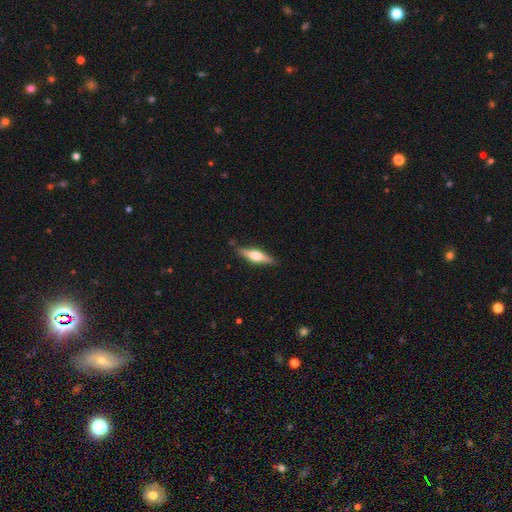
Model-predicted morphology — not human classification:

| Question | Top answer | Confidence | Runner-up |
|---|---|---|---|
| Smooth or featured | featured or disk | 55% | smooth (39%) |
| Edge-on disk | yes | 95% | no (5%) |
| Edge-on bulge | rounded | 92% | boxy (5%) |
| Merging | none | 86% | minor disturbance (11%) |